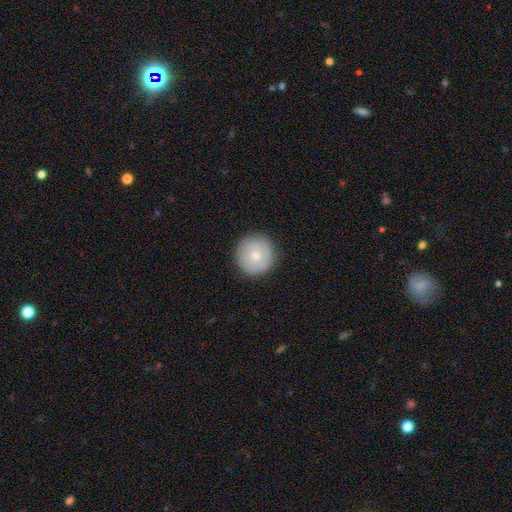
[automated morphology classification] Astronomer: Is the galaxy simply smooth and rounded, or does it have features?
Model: smooth — 72%.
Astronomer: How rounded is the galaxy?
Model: round — 95%.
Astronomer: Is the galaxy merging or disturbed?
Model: none — 89%.